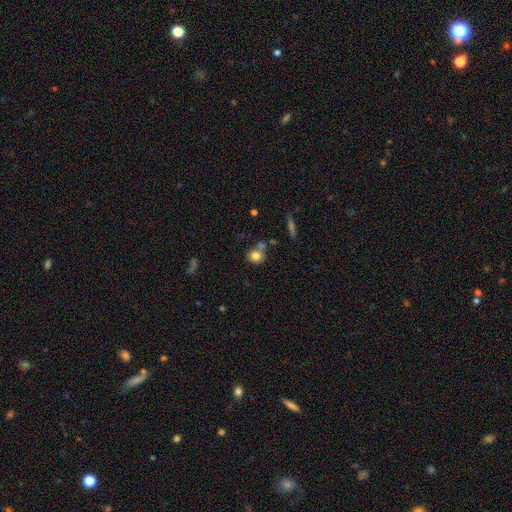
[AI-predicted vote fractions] smooth_or_featured: smooth (p=0.80) [alt: star or artifact p=0.10]
how_rounded: round (p=0.79) [alt: in between p=0.20]
merging: none (p=0.56) [alt: merger p=0.24]